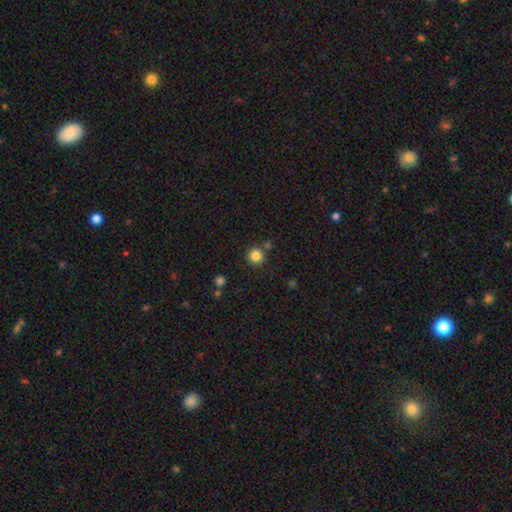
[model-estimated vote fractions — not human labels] A smooth galaxy with no disk features (83%) that is round (94%). Merging: none (82%).